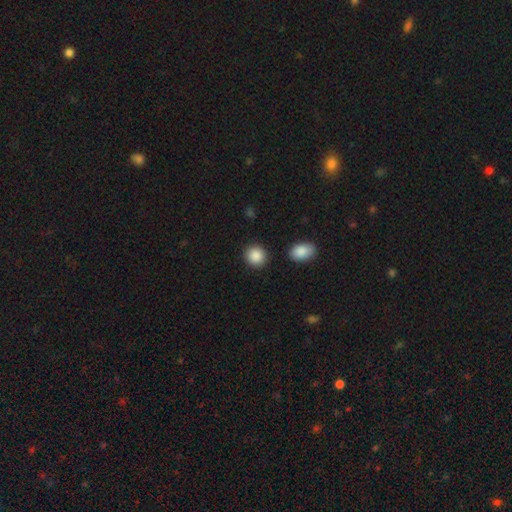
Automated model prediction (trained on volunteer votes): smooth_or_featured: smooth (p=0.89) [alt: star or artifact p=0.07]
how_rounded: round (p=0.85) [alt: in between p=0.14]
merging: none (p=0.87) [alt: minor disturbance p=0.07]